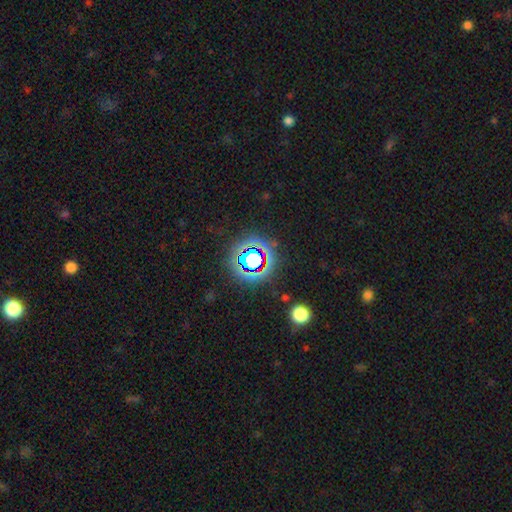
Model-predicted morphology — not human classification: A star or artifact, not a galaxy (65%).

Vote fractions:
- Smooth or featured? star or artifact: 65% / smooth: 23% / featured or disk: 12%